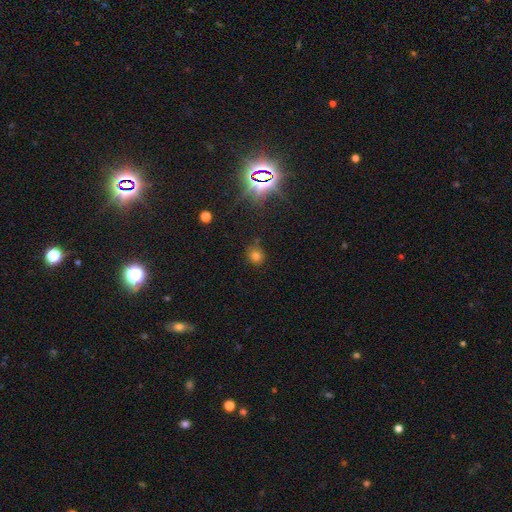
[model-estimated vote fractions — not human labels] This appears to be a smooth galaxy with no disk features (70%) that is round (86%). Merging: none (79%).